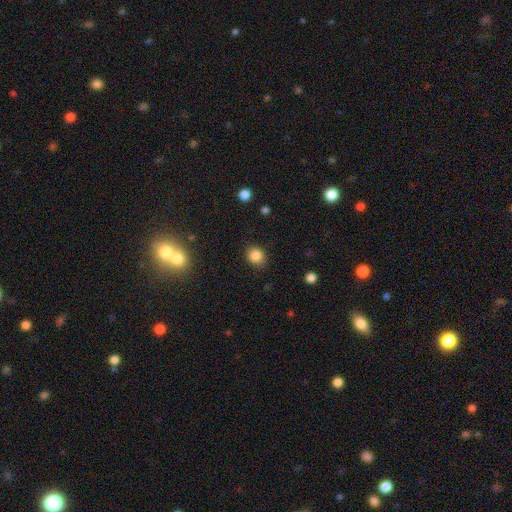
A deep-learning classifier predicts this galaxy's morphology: A smooth galaxy with no disk features (85%) that is round (66%). Merging: none (86%).